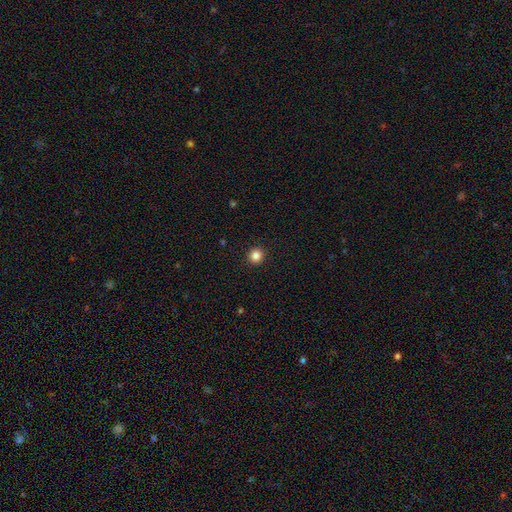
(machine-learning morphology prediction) Smooth or featured? Predicted: smooth (p=0.84). How rounded? Predicted: round (p=0.93). Merging? Predicted: none (p=0.93).